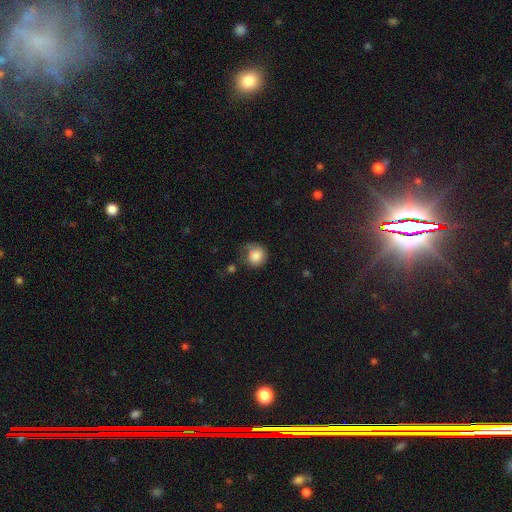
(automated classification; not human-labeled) Morphology: type=smooth (83%); roundness=round (80%); merging=none (51%).